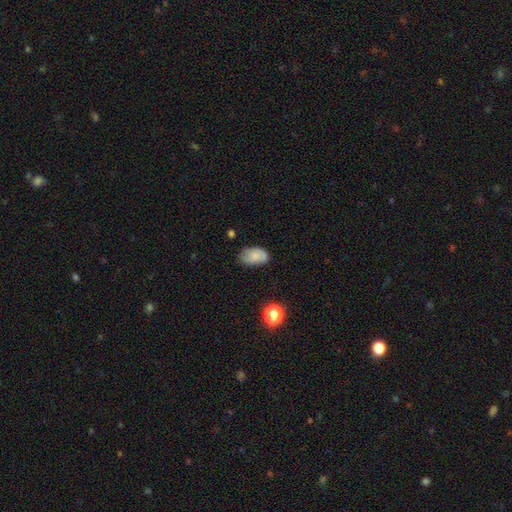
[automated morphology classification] Overall: smooth (69%). How rounded: in between (90%). Merging: none (65%; minor disturbance 26%).